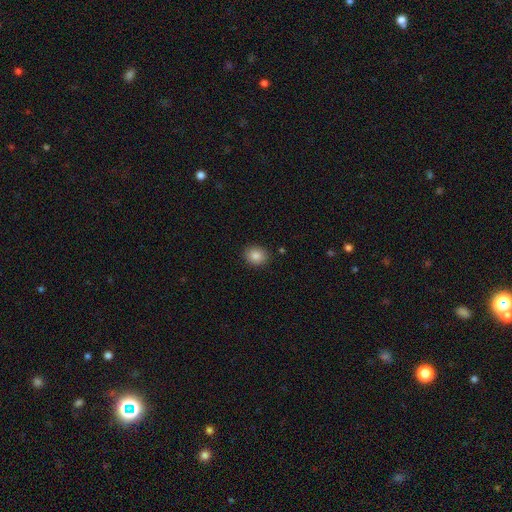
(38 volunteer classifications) Volunteers were most divided on "how rounded": in between: 57%, round: 43%, cigar-shaped: 0%. More confident: merging — none (97%); smooth or featured — smooth (92%).